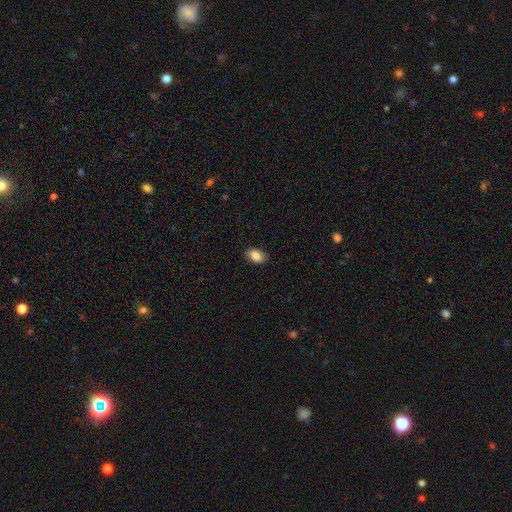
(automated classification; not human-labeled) A smooth galaxy with no disk features (86%) that is in between round and cigar-shaped (89%).

Vote fractions:
- Smooth or featured? smooth: 86% / star or artifact: 7% / featured or disk: 7%
- How rounded? in between: 89% / round: 9% / cigar-shaped: 2%
- Merging? none: 88% / minor disturbance: 9% / major disturbance: 2% / merger: 1%